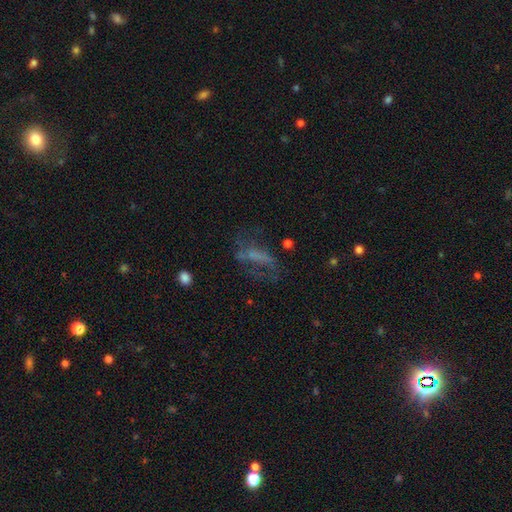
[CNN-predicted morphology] type=featured or disk (49%); merging=none (43%).